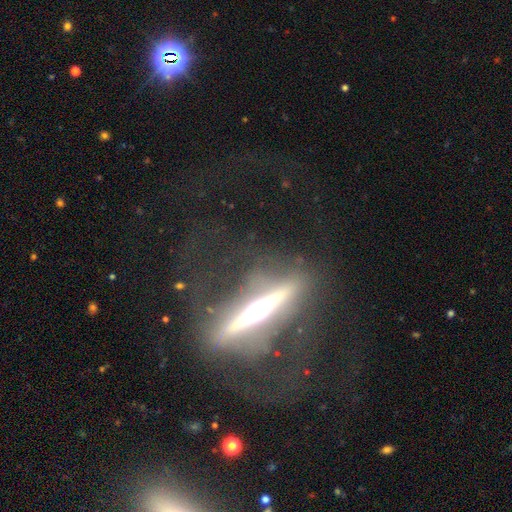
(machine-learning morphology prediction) Overall: featured or disk (78%). Edge-on disk: yes (86%). Edge-on bulge: rounded (62%; none 23%). Merging: none (56%; major disturbance 25%).